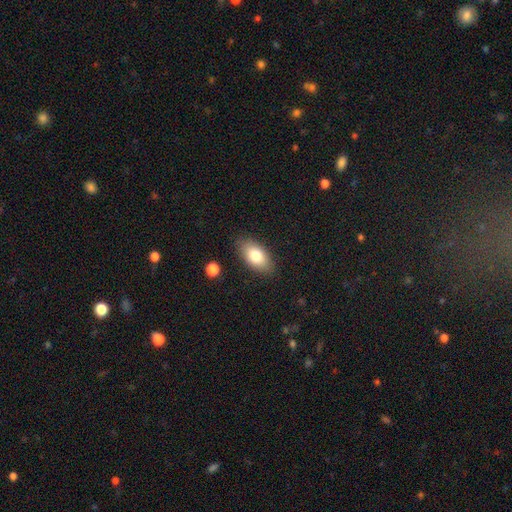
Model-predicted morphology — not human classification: smooth 79%, featured or disk 14%, star or artifact 7%. Down the decision tree: how rounded — in between (92%); merging — none (85%).